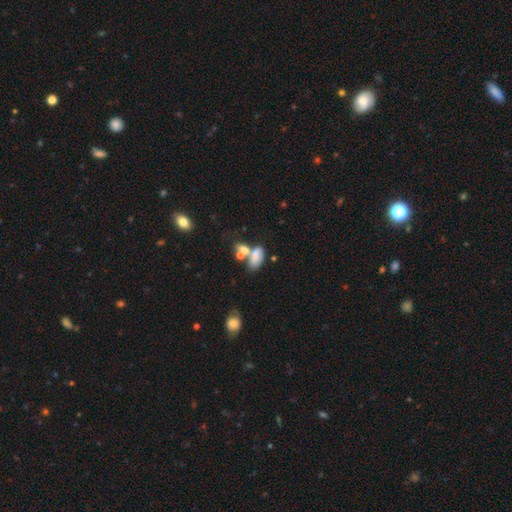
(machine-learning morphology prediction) Overall: smooth (70%). How rounded: in between (88%). Merging: merger (50%; none 27%).